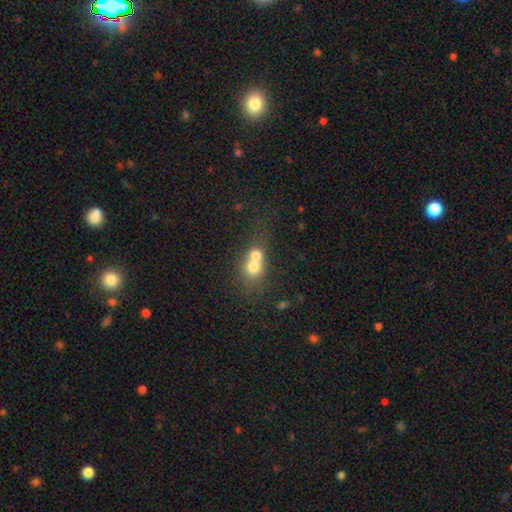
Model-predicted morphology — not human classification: Smooth or featured?
  - smooth: 68% *
  - featured or disk: 21%
  - star or artifact: 11%
How rounded?
  - round: 71% *
  - in between: 27%
  - cigar-shaped: 2%
Merging?
  - merger: 71% *
  - none: 21%
  - minor disturbance: 5%
  - major disturbance: 3%